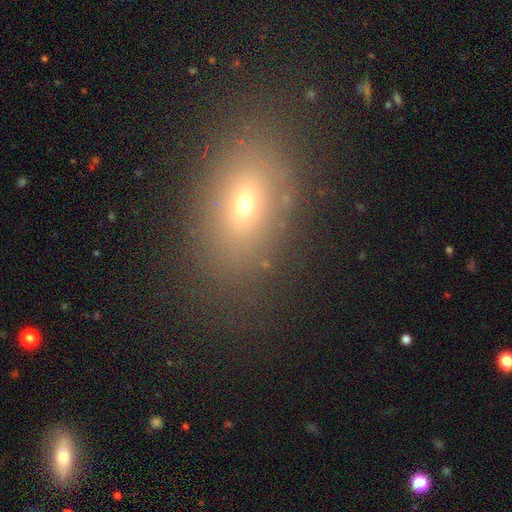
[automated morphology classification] smooth-or-featured: smooth: 62% | star or artifact: 19% | featured or disk: 19%
  how-rounded: in between: 79% | round: 16% | cigar-shaped: 5%
  merging: none: 84% | minor disturbance: 10% | major disturbance: 5% | merger: 2%